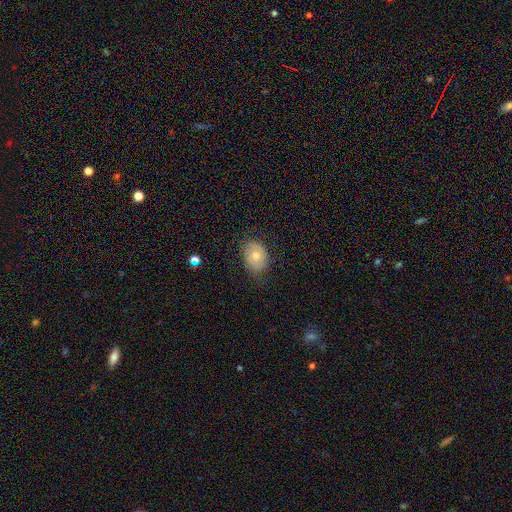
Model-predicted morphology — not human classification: Smooth or featured? Predicted: smooth (p=0.57). How rounded? Predicted: in between (p=0.63). Merging? Predicted: none (p=0.72).